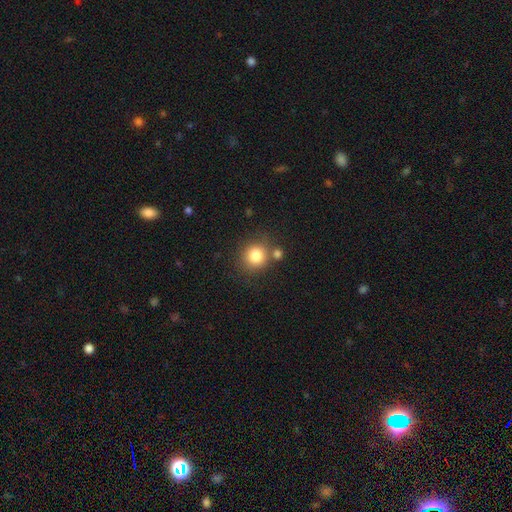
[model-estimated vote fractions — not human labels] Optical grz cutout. It shows a smooth galaxy with no disk features (81%) that is round (89%). Merging: none (70%).